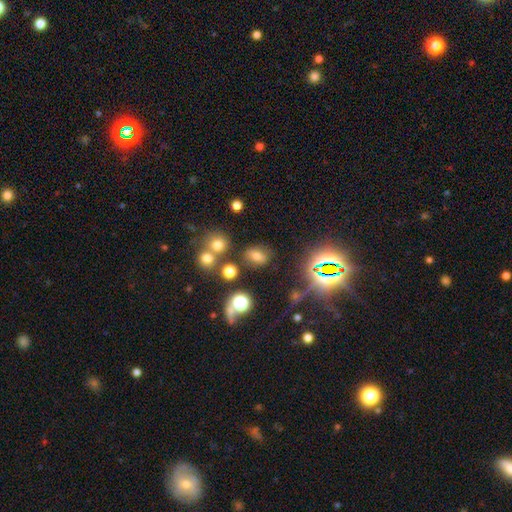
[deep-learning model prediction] smooth-or-featured: smooth: 62% | star or artifact: 25% | featured or disk: 13%
  how-rounded: in between: 64% | round: 34% | cigar-shaped: 2%
  merging: none: 75% | minor disturbance: 12% | merger: 8% | major disturbance: 5%